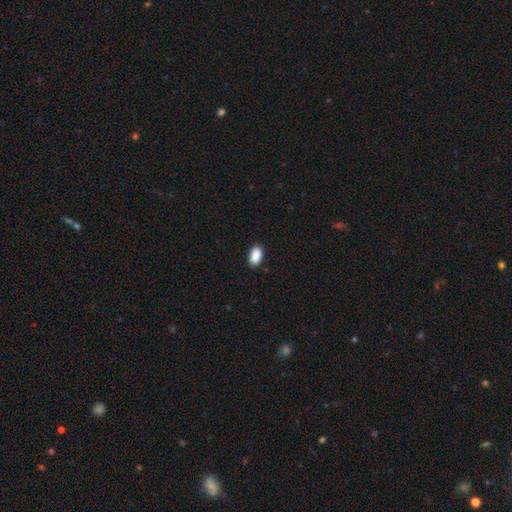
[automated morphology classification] The model was most divided on "merging": none: 88%, minor disturbance: 9%, major disturbance: 2%, merger: 1%. More confident: how rounded — in between (94%); smooth or featured — smooth (90%).